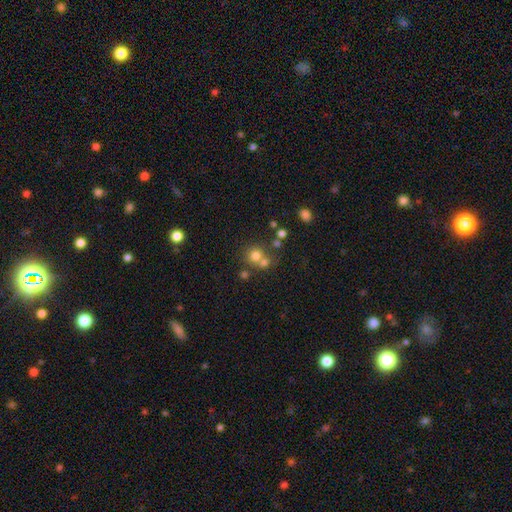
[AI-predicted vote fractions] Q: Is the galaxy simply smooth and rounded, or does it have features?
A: smooth — 71%.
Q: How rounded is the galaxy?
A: round — 85%.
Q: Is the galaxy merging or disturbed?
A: none — 49%.